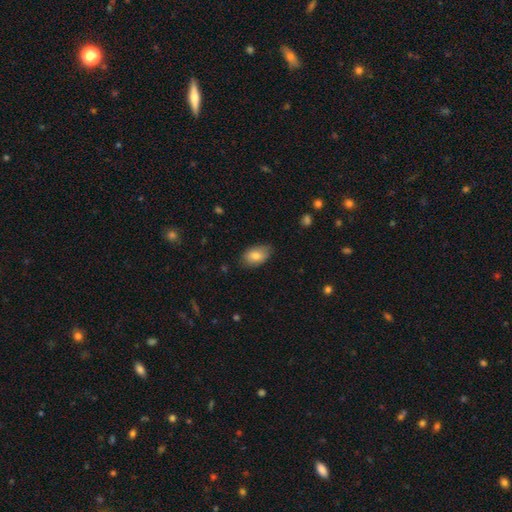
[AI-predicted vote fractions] A smooth galaxy with no disk features (80%) that is in between round and cigar-shaped (91%). Merging: none (75%).